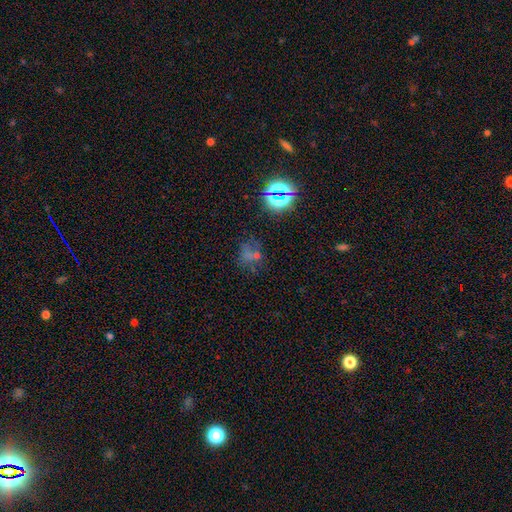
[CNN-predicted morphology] Q: Smooth or featured?
A: star or artifact (48%); runner-up: smooth (34%)